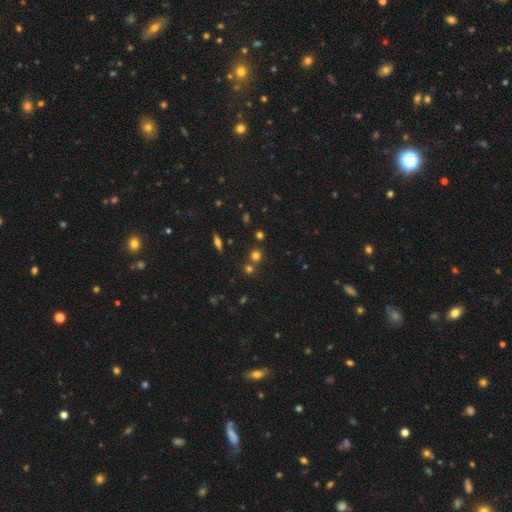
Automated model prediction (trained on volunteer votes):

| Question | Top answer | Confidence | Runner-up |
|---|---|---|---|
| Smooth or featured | smooth | 68% | star or artifact (22%) |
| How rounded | round | 88% | in between (10%) |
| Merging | none | 68% | merger (22%) |